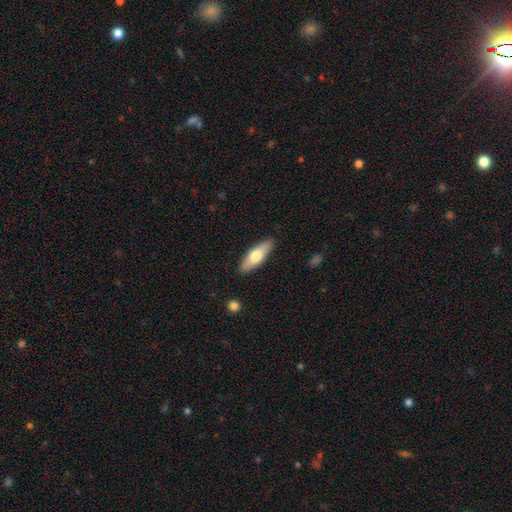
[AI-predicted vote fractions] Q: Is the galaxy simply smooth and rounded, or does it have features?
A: smooth — 64%.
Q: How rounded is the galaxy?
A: in between — 50%.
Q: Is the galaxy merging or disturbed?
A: none — 88%.